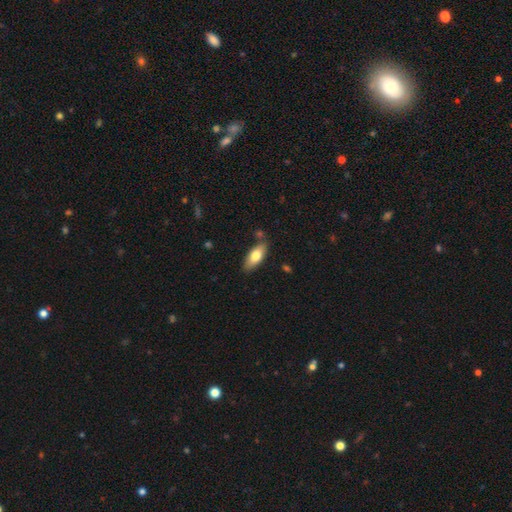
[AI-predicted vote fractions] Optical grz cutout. It shows a smooth galaxy with no disk features (73%) that is in between round and cigar-shaped (79%). Merging: none (79%).